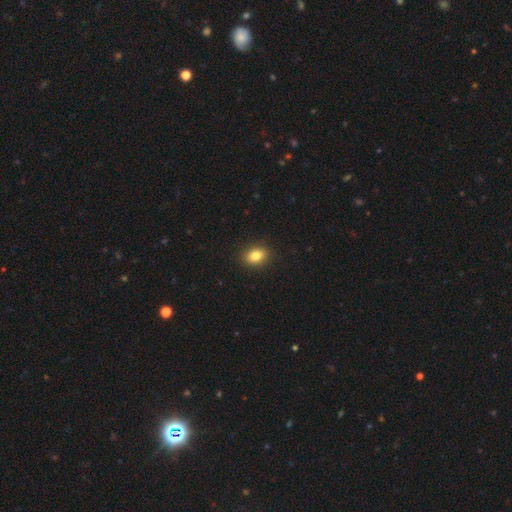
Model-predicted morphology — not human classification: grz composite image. It shows a smooth galaxy with no disk features (84%) that is in between round and cigar-shaped (76%). Merging: none (88%).